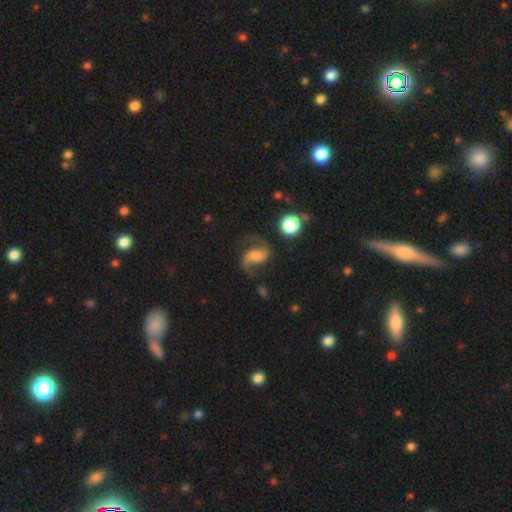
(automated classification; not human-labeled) smooth-or-featured: featured or disk: 83% | smooth: 10% | star or artifact: 7%
  disk-edge-on: no: 98% | yes: 2%
    bar: no: 47% | weak: 38% | strong: 15%
    has-spiral-arms: yes: 97% | no: 3%
      spiral-winding: loose: 62% | medium: 32% | tight: 6%
      spiral-arm-count: 2: 93% | 1: 3% | can't tell: 1% | 3: 1% | 4: 1% | more than 4: 1%
    bulge-size: small: 29% | moderate: 26% | none: 23% | large: 17% | dominant: 5%
  merging: none: 69% | minor disturbance: 16% | major disturbance: 12% | merger: 3%